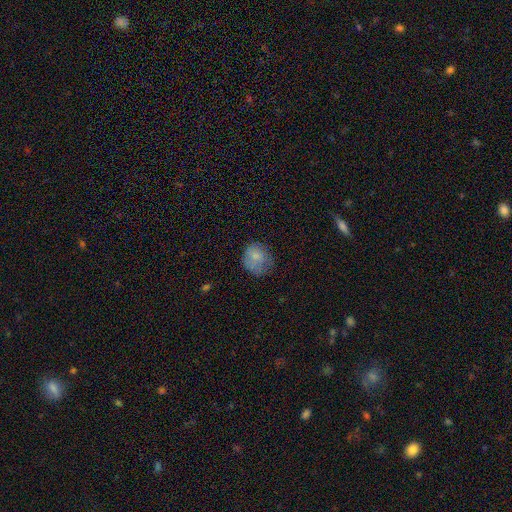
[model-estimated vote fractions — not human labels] smooth-or-featured: smooth: 74% | featured or disk: 16% | star or artifact: 10%
  how-rounded: round: 70% | in between: 29% | cigar-shaped: 1%
  merging: none: 55% | minor disturbance: 28% | major disturbance: 15% | merger: 2%